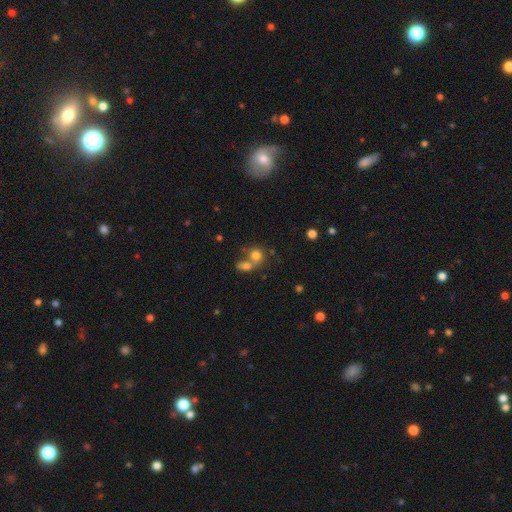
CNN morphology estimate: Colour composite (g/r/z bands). It shows a smooth galaxy with no disk features (74%) that is round (70%). Merging: merger (56%).